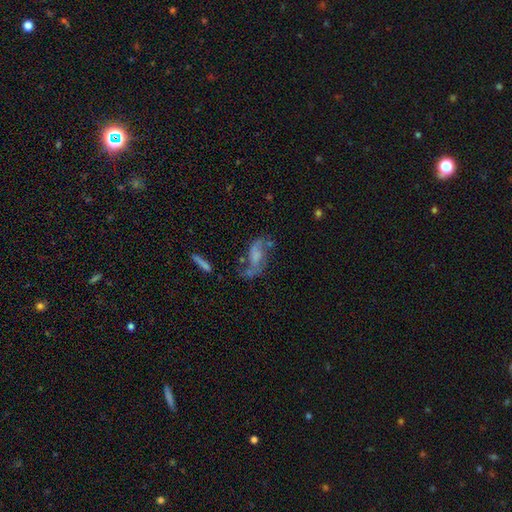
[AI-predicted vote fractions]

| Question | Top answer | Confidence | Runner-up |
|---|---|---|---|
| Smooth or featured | featured or disk | 70% | smooth (20%) |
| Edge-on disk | no | 93% | yes (7%) |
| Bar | no | 50% | weak (38%) |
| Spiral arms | yes | 84% | no (16%) |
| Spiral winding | loose | 68% | medium (25%) |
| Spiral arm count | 2 | 85% | can't tell (7%) |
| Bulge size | none | 39% | small (25%) |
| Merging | none | 49% | minor disturbance (21%) |